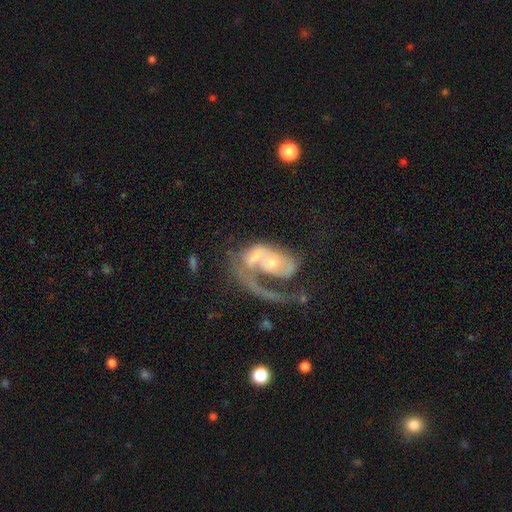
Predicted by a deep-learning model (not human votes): Morphology: type=featured or disk (69%); edge-on=no (96%); bar=no (65%); spiral arms=yes (69%); bulge=moderate (43%); merging=merger (39%).